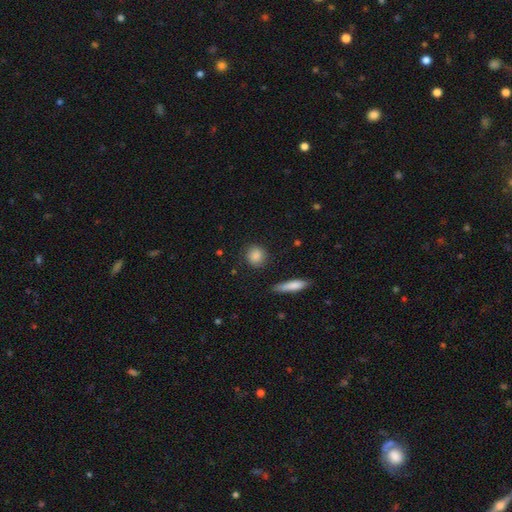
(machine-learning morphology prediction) type=smooth (86%); roundness=round (79%); merging=none (85%).